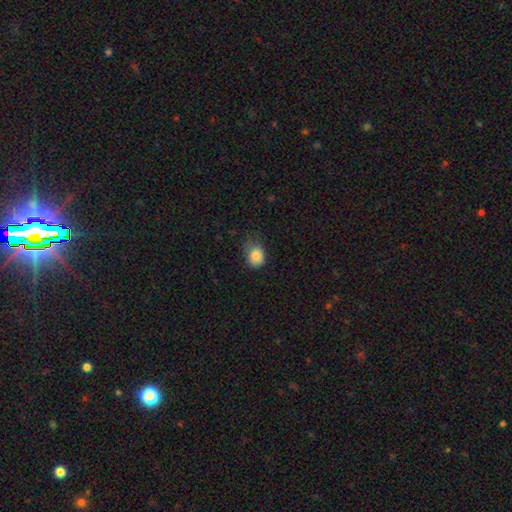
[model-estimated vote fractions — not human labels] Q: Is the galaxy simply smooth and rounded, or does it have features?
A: smooth — 83%.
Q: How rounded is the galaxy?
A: in between — 51%.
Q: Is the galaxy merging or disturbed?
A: none — 48%.